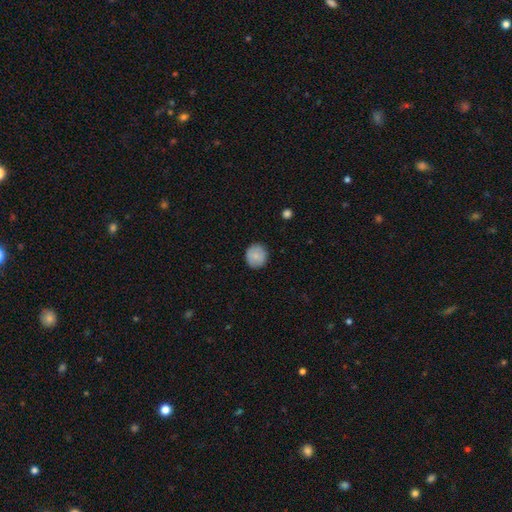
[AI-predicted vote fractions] Overall: smooth (79%). How rounded: round (90%). Merging: none (87%).